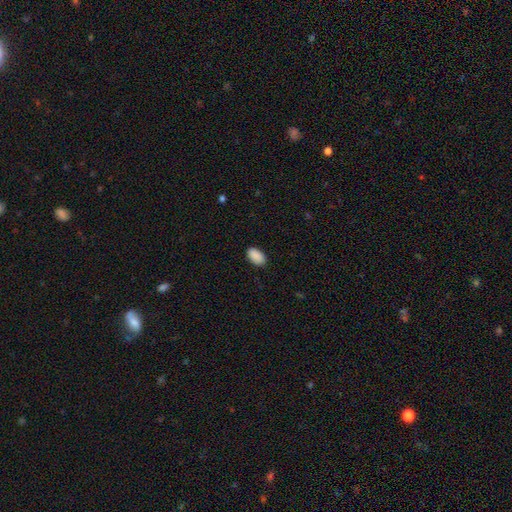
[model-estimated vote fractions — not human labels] Overall: smooth (90%). How rounded: in between (94%). Merging: none (88%).